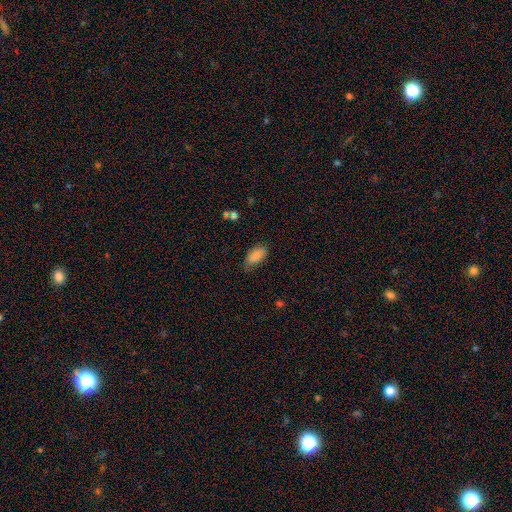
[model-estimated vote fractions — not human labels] smooth_or_featured: smooth (p=0.86) [alt: star or artifact p=0.08]
how_rounded: in between (p=0.92) [alt: cigar-shaped p=0.04]
merging: none (p=0.65) [alt: minor disturbance p=0.27]